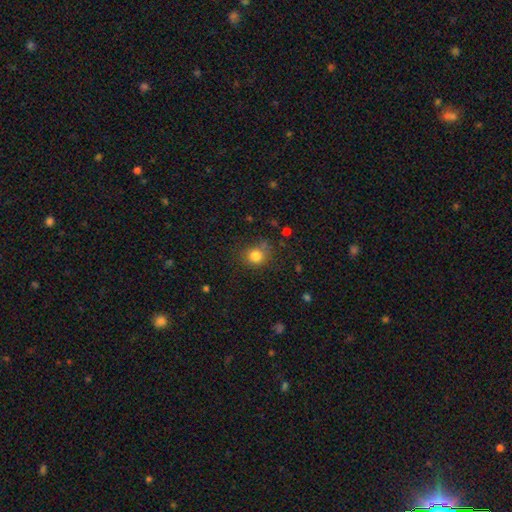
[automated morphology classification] Smooth or featured? Predicted: smooth (p=0.82). How rounded? Predicted: round (p=0.78). Merging? Predicted: none (p=0.68).